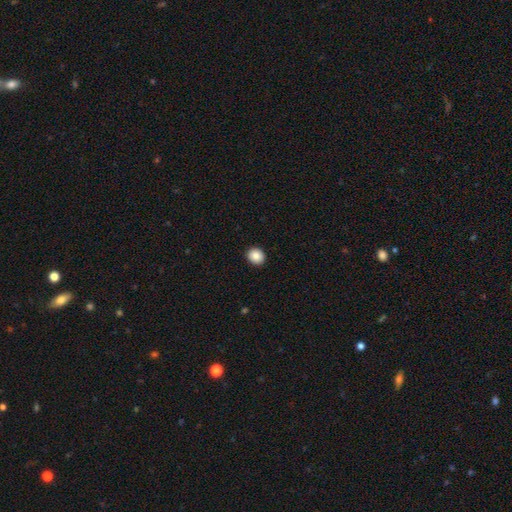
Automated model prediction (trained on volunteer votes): A smooth galaxy with no disk features (86%) that is round (78%). Merging: none (92%).